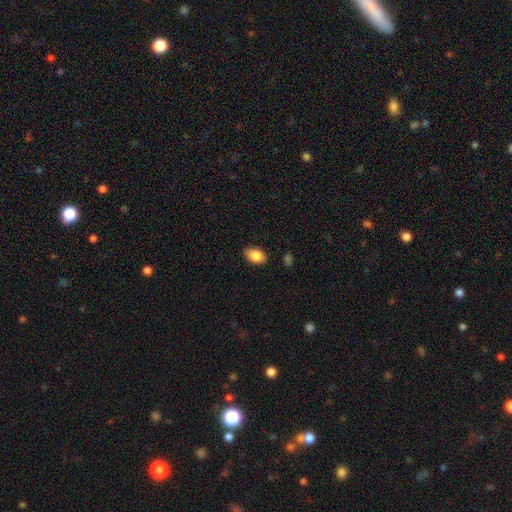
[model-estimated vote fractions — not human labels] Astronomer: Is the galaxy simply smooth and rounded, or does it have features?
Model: smooth — 86%.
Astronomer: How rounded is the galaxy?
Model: in between — 88%.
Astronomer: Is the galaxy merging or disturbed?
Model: none — 85%.